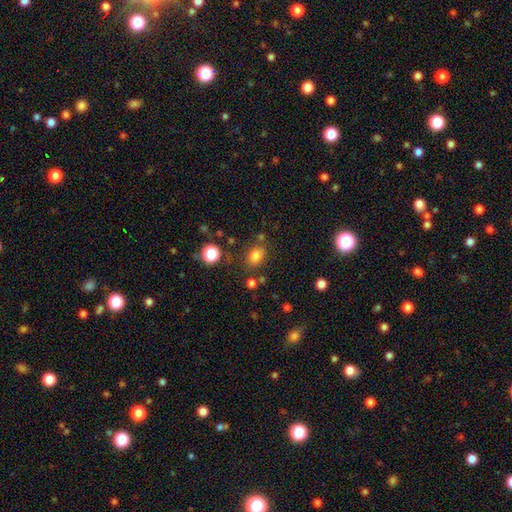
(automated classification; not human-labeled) smooth-or-featured: smooth: 80% | star or artifact: 13% | featured or disk: 7%
  how-rounded: in between: 63% | round: 36% | cigar-shaped: 1%
  merging: none: 74% | minor disturbance: 14% | merger: 7% | major disturbance: 5%